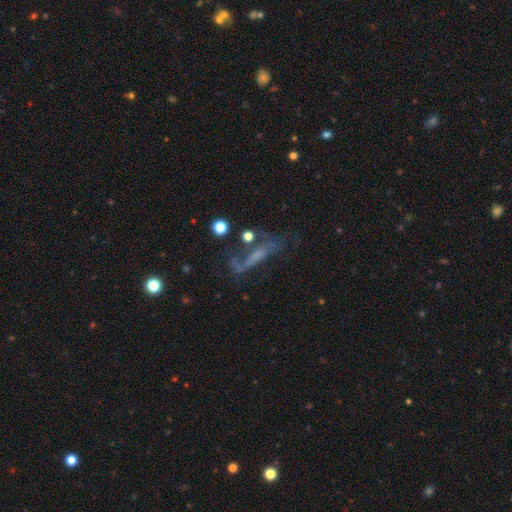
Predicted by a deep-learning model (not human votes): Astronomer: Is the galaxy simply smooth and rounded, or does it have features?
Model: featured or disk — 52% (runner-up: smooth, 28%).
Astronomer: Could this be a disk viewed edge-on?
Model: no — 69%.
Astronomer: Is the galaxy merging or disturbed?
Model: major disturbance — 35% (runner-up: none, 34%).